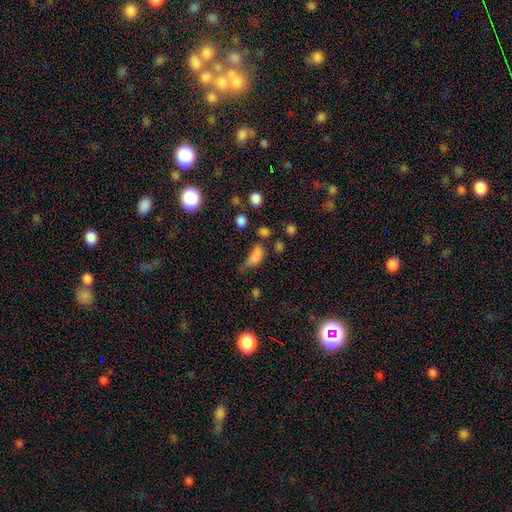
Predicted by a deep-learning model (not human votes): Smooth or featured: smooth — 77% (star or artifact — 14%)
How rounded: in between — 82% (cigar-shaped — 10%)
Merging: none — 35% (minor disturbance — 33%)